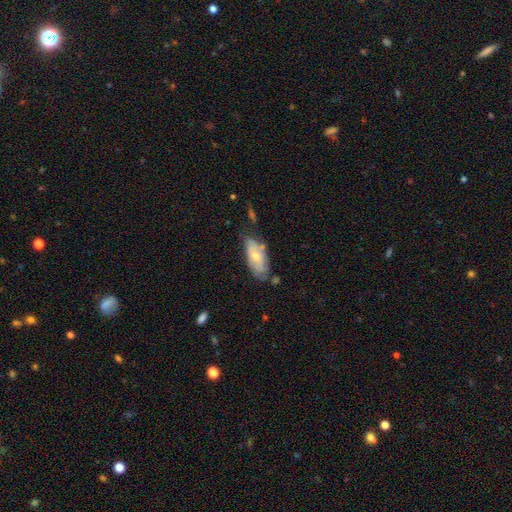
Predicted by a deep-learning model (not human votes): This appears to be a smooth galaxy with no disk features (57%) that is in between round and cigar-shaped (87%). Merging: none (58%).